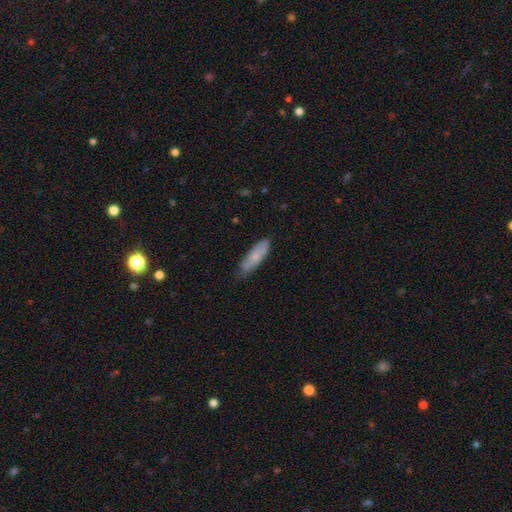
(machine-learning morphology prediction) type=smooth (71%); roundness=cigar-shaped (54%); merging=none (76%).